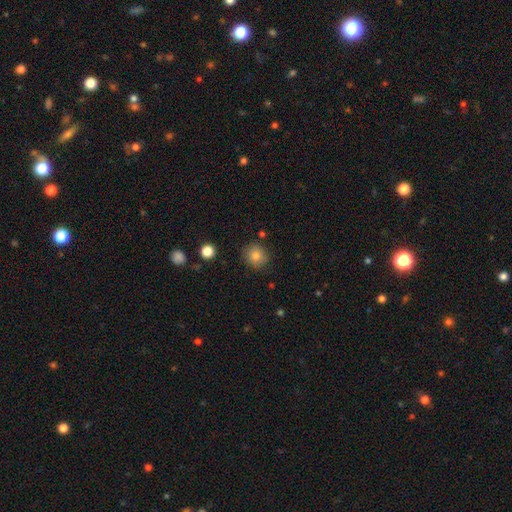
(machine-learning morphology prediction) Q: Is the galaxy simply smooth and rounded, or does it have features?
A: smooth — 81%.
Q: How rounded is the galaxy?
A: round — 87%.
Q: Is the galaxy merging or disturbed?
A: none — 85%.